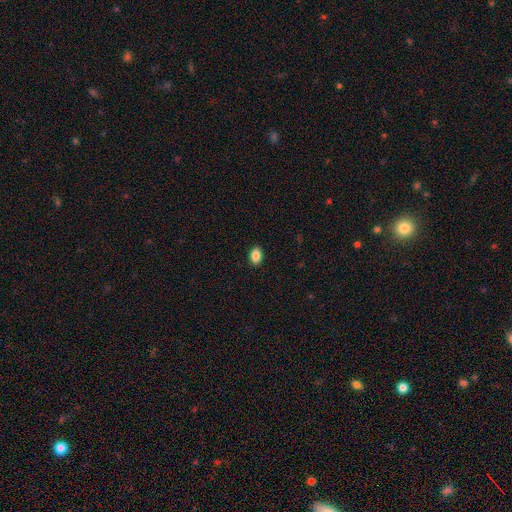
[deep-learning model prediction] smooth_or_featured: smooth (p=0.88) [alt: star or artifact p=0.08]
how_rounded: in between (p=0.83) [alt: round p=0.16]
merging: none (p=0.90) [alt: minor disturbance p=0.07]